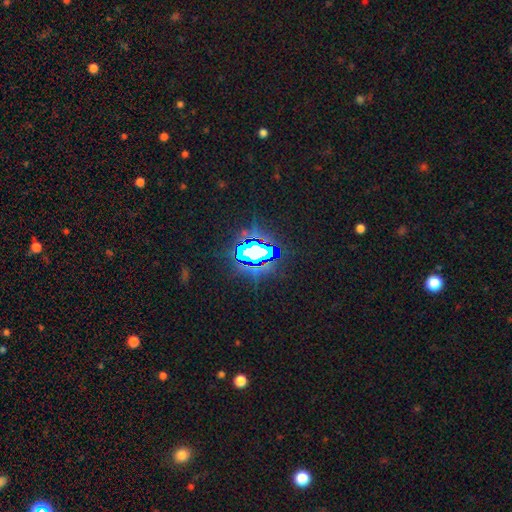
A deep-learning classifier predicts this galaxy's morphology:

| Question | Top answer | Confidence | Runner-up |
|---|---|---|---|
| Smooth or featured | star or artifact | 71% | smooth (16%) |